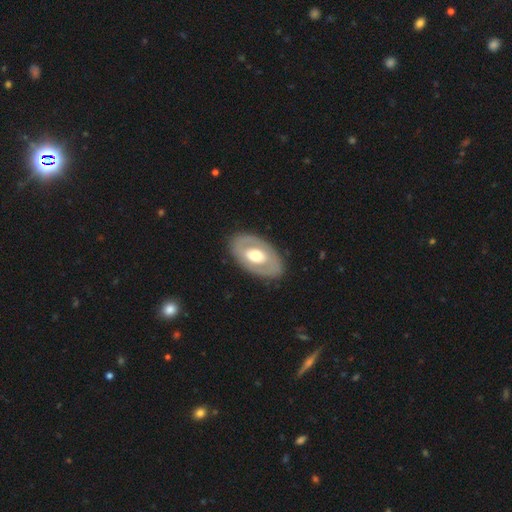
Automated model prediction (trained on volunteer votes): smooth-or-featured: featured or disk: 58% | smooth: 37% | star or artifact: 5%
  disk-edge-on: no: 90% | yes: 10%
    bar: no: 70% | weak: 20% | strong: 10%
    has-spiral-arms: no: 82% | yes: 18%
    bulge-size: moderate: 65% | large: 25% | small: 8% | dominant: 2% | none: 1%
  merging: none: 84% | minor disturbance: 11% | major disturbance: 4% | merger: 1%